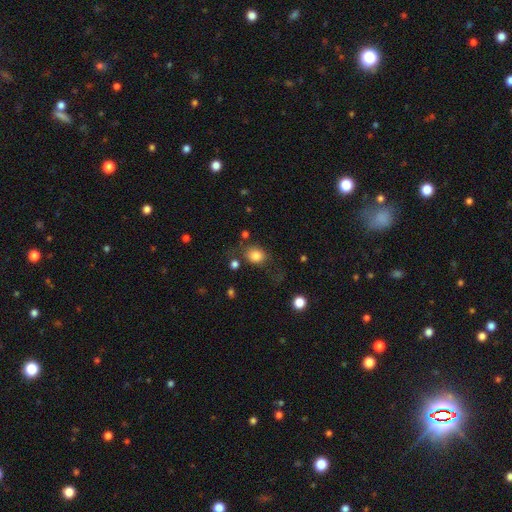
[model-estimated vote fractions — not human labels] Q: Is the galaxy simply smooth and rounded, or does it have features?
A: smooth — 80%.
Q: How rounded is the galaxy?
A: round — 64%.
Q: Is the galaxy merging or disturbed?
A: none — 62%.